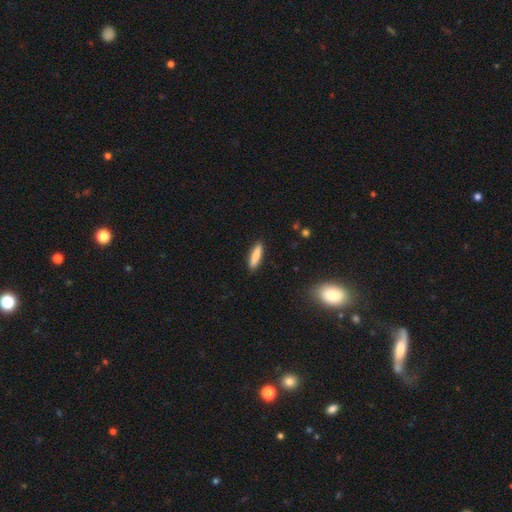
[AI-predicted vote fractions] smooth 85%, featured or disk 9%, star or artifact 6%. Down the decision tree: how rounded — cigar-shaped (76%); merging — none (90%).